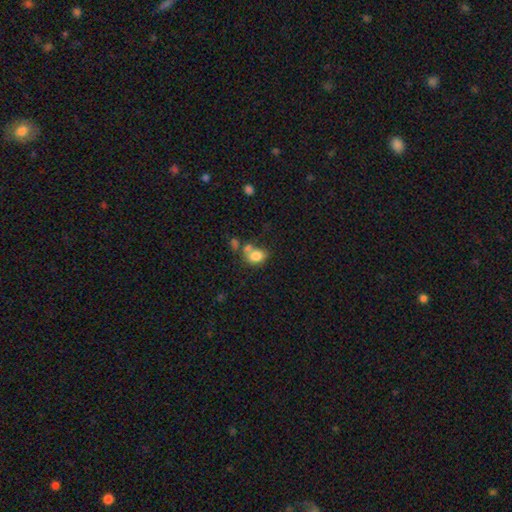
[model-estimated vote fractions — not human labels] smooth 80%, featured or disk 10%, star or artifact 10%. Down the decision tree: how rounded — in between (56%); merging — none (41%).